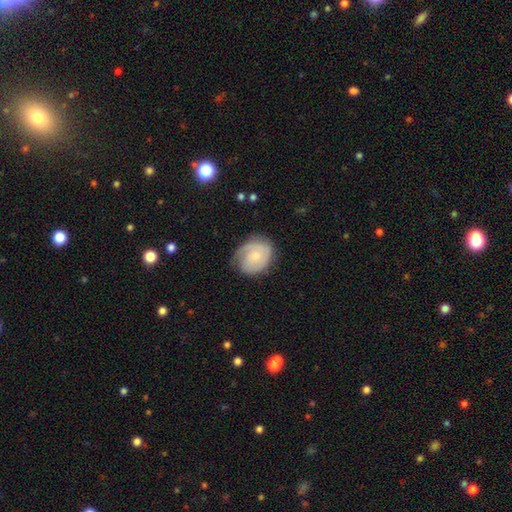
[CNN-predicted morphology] Overall: featured or disk (66%; smooth 28%). Edge-on disk: no (97%). Bar: no (73%). Spiral arms: yes (90%). Spiral arm count: 1 (35%; 2 33%). Spiral winding: tight (59%; medium 30%). Bulge size: small (59%; moderate 31%). Merging: none (65%).